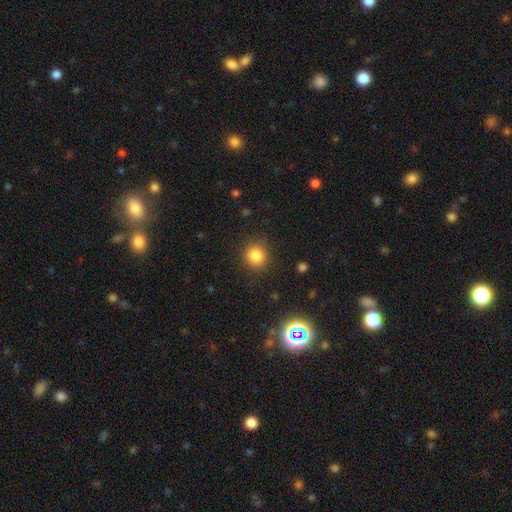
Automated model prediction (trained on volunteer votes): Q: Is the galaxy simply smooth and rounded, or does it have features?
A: smooth — 83%.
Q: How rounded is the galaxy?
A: round — 90%.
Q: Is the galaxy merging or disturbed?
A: none — 88%.